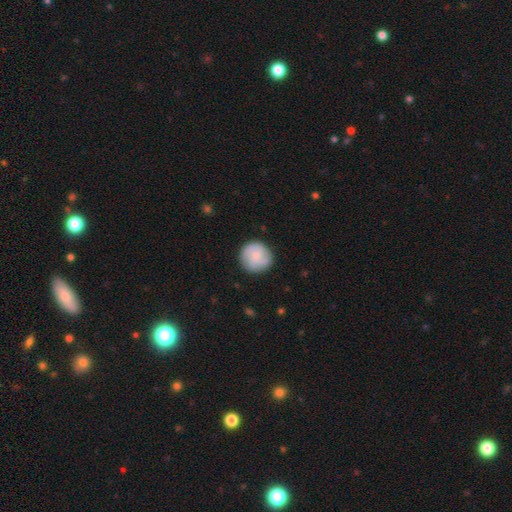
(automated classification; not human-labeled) Smooth or featured? smooth (57%)
How rounded? round (93%)
Merging? none (84%)